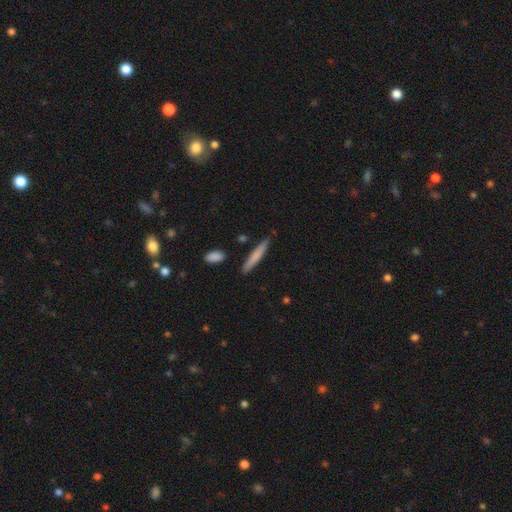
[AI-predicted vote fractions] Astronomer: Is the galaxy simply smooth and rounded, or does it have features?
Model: smooth — 71%.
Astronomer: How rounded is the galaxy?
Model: cigar-shaped — 94%.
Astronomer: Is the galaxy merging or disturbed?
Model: none — 86%.